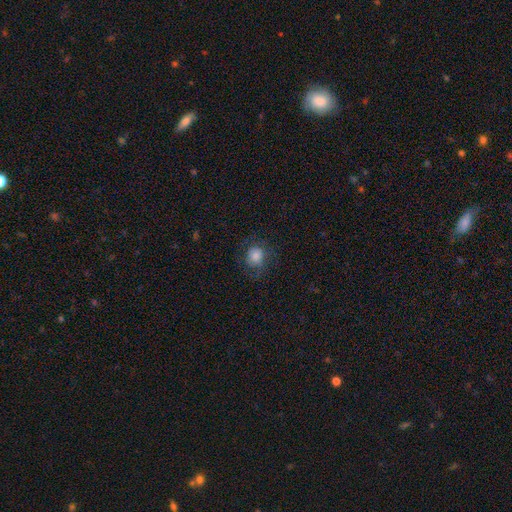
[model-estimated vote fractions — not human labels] Smooth or featured? smooth (75%)
How rounded? round (80%)
Merging? none (69%)